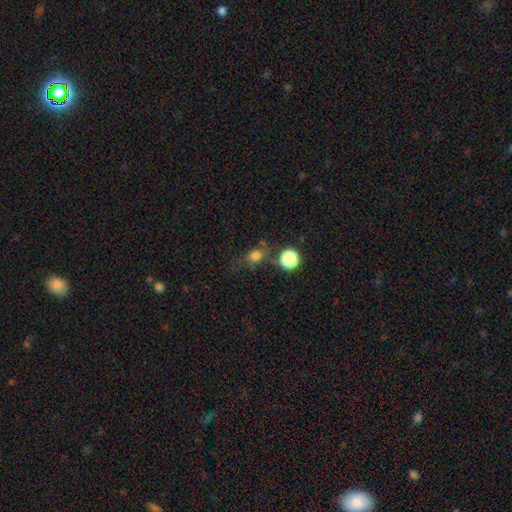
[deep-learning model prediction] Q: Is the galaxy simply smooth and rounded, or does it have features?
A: smooth — 73%.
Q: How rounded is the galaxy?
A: round — 55%.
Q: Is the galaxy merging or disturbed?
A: none — 55%.